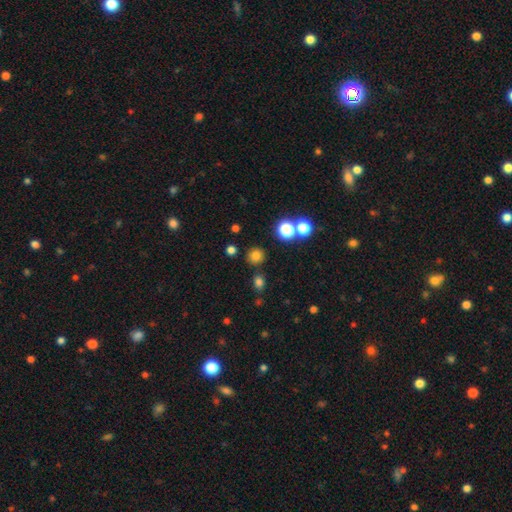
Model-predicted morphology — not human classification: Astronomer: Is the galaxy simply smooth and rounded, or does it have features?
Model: smooth — 76%.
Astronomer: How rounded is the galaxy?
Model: round — 91%.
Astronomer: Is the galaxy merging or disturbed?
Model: none — 84%.